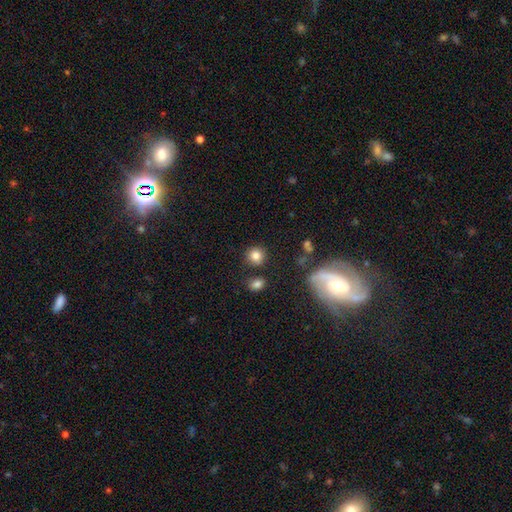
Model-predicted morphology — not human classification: Q: Smooth or featured?
A: smooth (83%); runner-up: star or artifact (11%)
Q: How rounded?
A: round (88%); runner-up: in between (11%)
Q: Merging?
A: none (82%); runner-up: minor disturbance (9%)